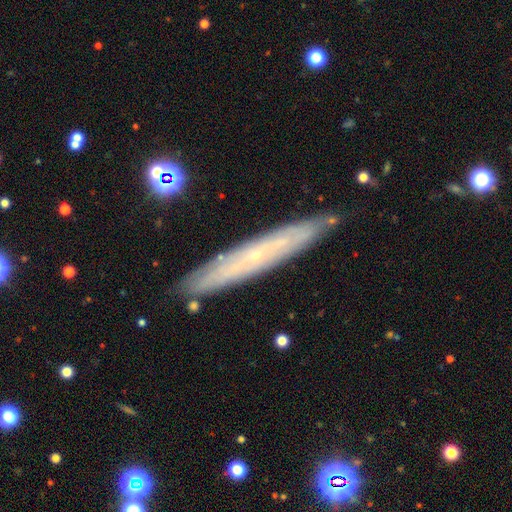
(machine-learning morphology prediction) The model was most divided on "edge-on disk": yes: 70%, no: 30%. More confident: merging — none (86%); smooth or featured — featured or disk (67%).